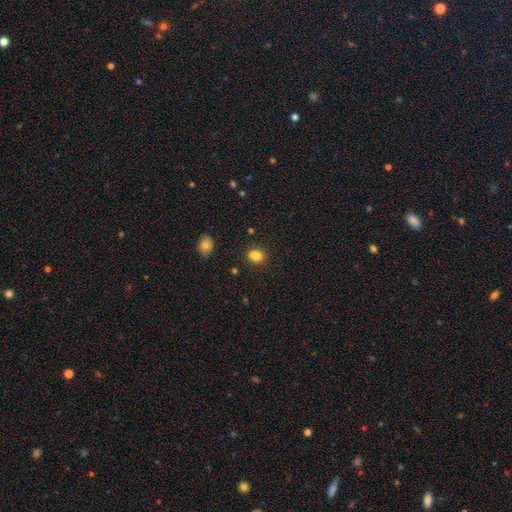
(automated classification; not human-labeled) Q: Smooth or featured?
A: smooth (81%); runner-up: star or artifact (12%)
Q: How rounded?
A: round (57%); runner-up: in between (42%)
Q: Merging?
A: none (72%); runner-up: minor disturbance (12%)